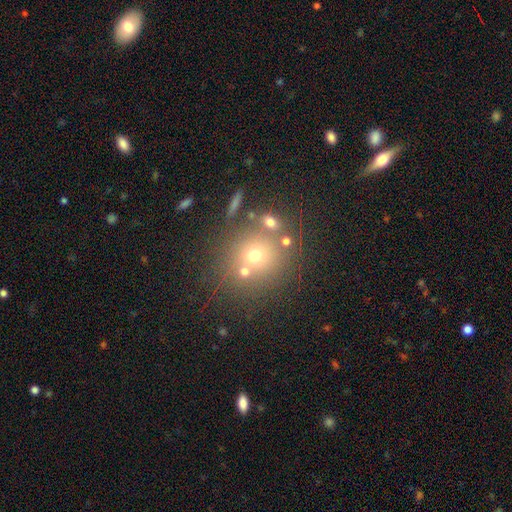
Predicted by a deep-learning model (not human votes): This is likely a smooth galaxy (61%). How rounded: clearly round (87%). Merging: likely none (67%).